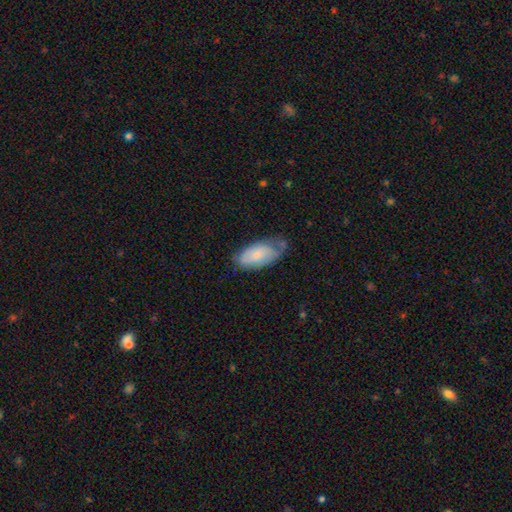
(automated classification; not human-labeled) Q: Smooth or featured?
A: smooth (69%); runner-up: featured or disk (24%)
Q: How rounded?
A: in between (91%); runner-up: cigar-shaped (7%)
Q: Merging?
A: none (47%); runner-up: minor disturbance (38%)